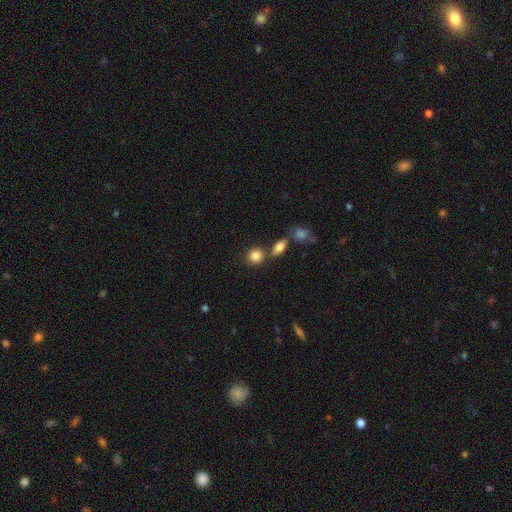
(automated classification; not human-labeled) smooth-or-featured: smooth: 85% | star or artifact: 9% | featured or disk: 6%
  how-rounded: round: 76% | in between: 23% | cigar-shaped: 2%
  merging: none: 63% | merger: 22% | minor disturbance: 11% | major disturbance: 4%